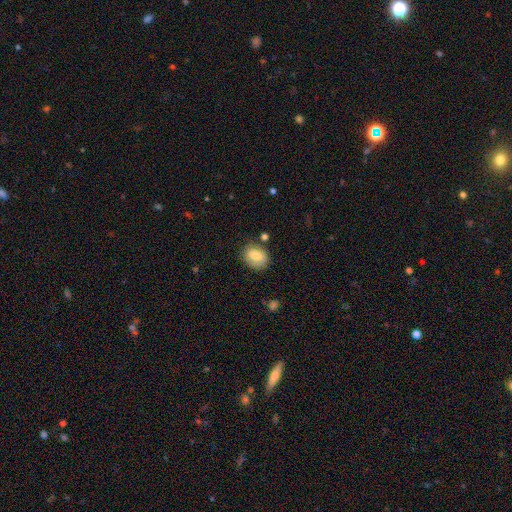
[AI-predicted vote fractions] A smooth galaxy with no disk features (72%) that is in between round and cigar-shaped (55%).

Vote fractions:
- Smooth or featured? smooth: 72% / featured or disk: 20% / star or artifact: 8%
- How rounded? in between: 55% / round: 44% / cigar-shaped: 1%
- Merging? none: 73% / minor disturbance: 18% / major disturbance: 5% / merger: 4%